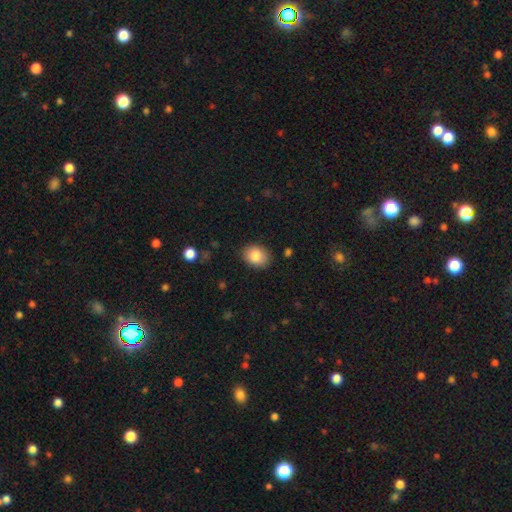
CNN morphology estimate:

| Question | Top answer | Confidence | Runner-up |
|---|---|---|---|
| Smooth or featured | smooth | 85% | star or artifact (8%) |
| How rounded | in between | 59% | round (41%) |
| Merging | none | 86% | minor disturbance (10%) |